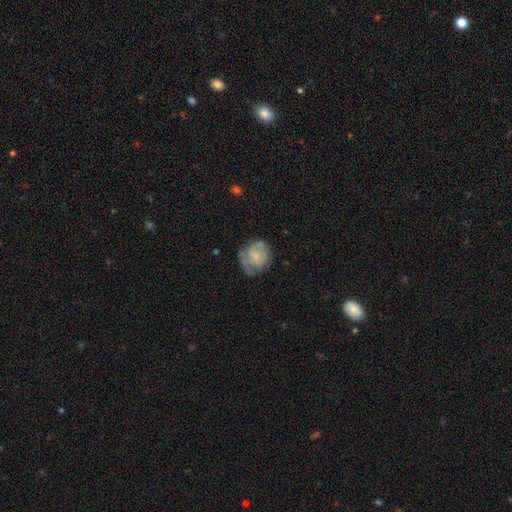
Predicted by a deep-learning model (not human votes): featured or disk 51%, smooth 42%, star or artifact 7%. Down the decision tree: edge-on disk — no (98%); merging — none (55%).